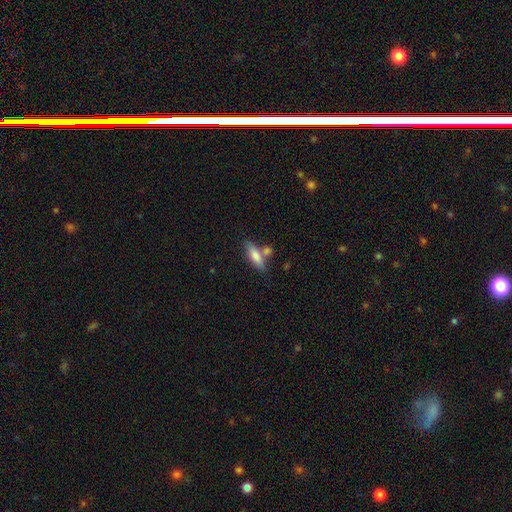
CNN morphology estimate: Smooth or featured?
  - smooth: 73% *
  - featured or disk: 20%
  - star or artifact: 7%
How rounded?
  - in between: 53% *
  - cigar-shaped: 44%
  - round: 3%
Merging?
  - none: 61% *
  - merger: 21%
  - minor disturbance: 14%
  - major disturbance: 4%